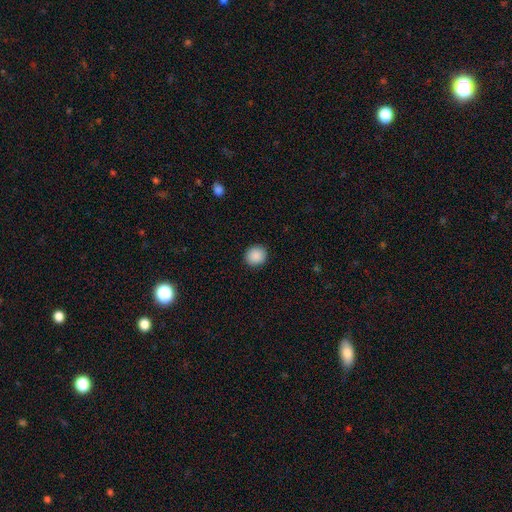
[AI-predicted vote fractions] Smooth or featured? Predicted: smooth (p=0.89). How rounded? Predicted: round (p=0.85). Merging? Predicted: none (p=0.92).